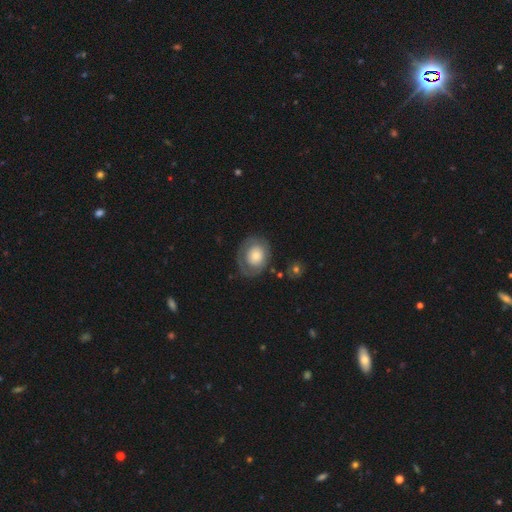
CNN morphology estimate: The model was most divided on "how rounded": round: 54%, in between: 45%, cigar-shaped: 1%. More confident: merging — none (65%); smooth or featured — smooth (52%).